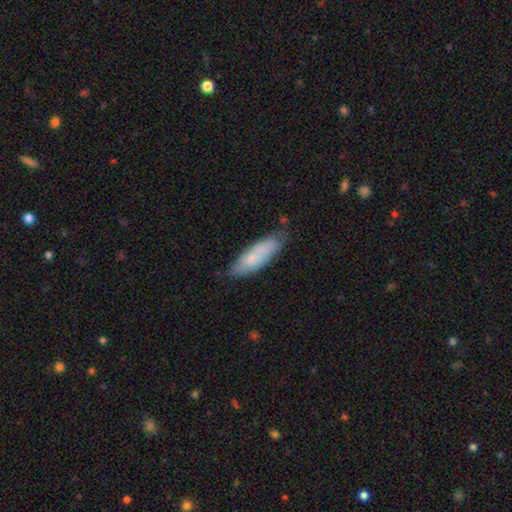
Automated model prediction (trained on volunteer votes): smooth-or-featured: smooth: 73% | featured or disk: 21% | star or artifact: 6%
  how-rounded: in between: 54% | cigar-shaped: 44% | round: 2%
  merging: none: 66% | minor disturbance: 26% | major disturbance: 5% | merger: 3%